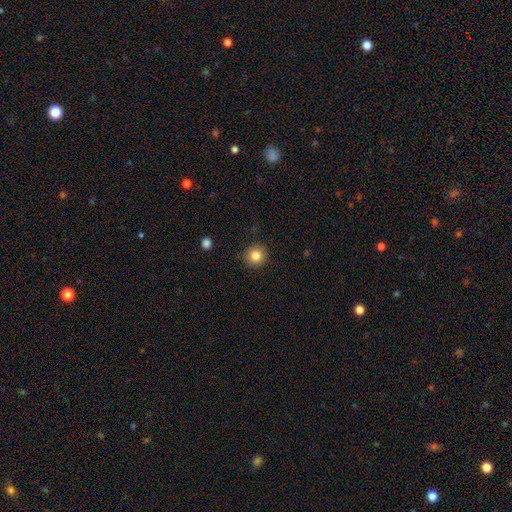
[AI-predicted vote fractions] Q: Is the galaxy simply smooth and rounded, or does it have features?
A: smooth — 84%.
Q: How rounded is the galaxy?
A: round — 92%.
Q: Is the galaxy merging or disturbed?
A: none — 89%.